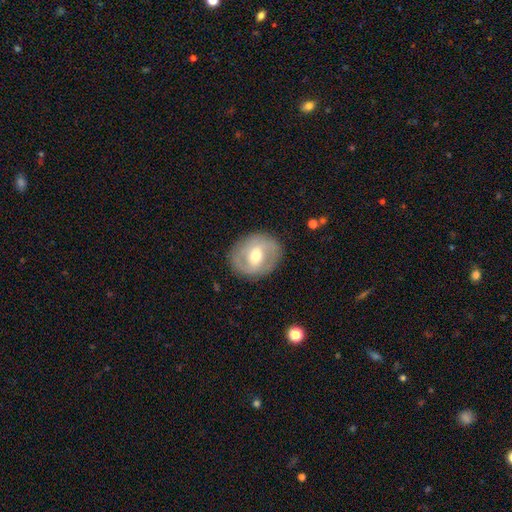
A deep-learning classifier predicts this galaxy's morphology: featured or disk 65%, smooth 29%, star or artifact 6%. Down the decision tree: edge-on disk — no (96%); bar — weak (44%); spiral arms — yes (62%); bulge size — moderate (68%); merging — none (84%).